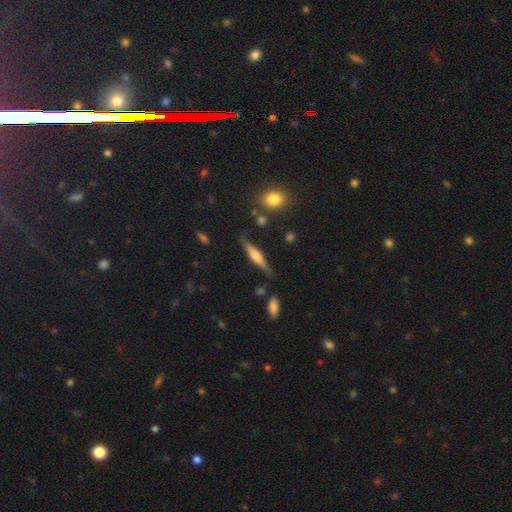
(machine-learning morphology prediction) Smooth or featured? Predicted: featured or disk (p=0.57). Edge-on disk? Predicted: yes (p=0.95). Edge-on bulge? Predicted: rounded (p=0.73). Merging? Predicted: none (p=0.79).